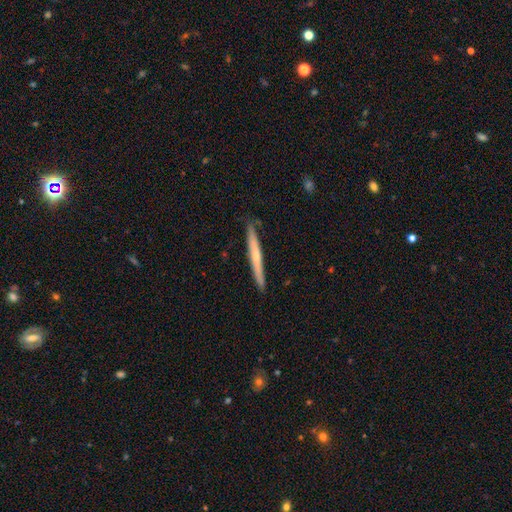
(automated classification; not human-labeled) Smooth or featured?
  - featured or disk: 51% *
  - smooth: 43%
  - star or artifact: 6%
Edge-on disk?
  - yes: 95% *
  - no: 5%
Merging?
  - none: 86% *
  - minor disturbance: 11%
  - major disturbance: 2%
  - merger: 1%